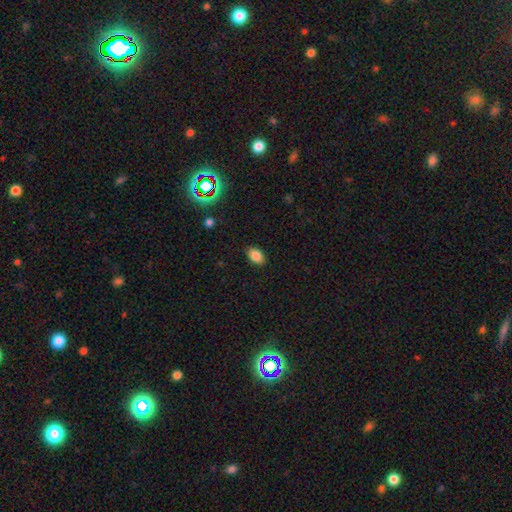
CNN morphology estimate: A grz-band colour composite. It shows a smooth galaxy with no disk features (85%) that is in between round and cigar-shaped (88%). Merging: none (88%).